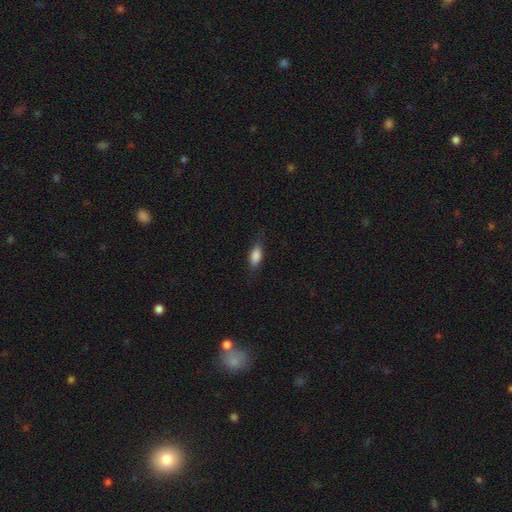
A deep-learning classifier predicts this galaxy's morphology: The model was most divided on "merging": none: 75%, minor disturbance: 19%, major disturbance: 5%, merger: 1%. More confident: smooth or featured — smooth (83%); how rounded — in between (80%).